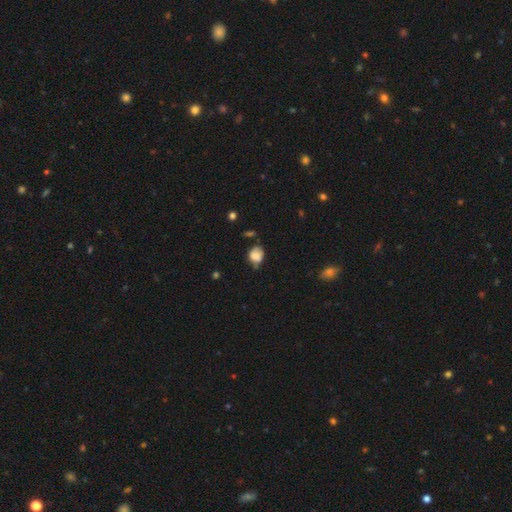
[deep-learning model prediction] Smooth or featured: smooth — 75% (featured or disk — 14%)
How rounded: in between — 53% (round — 46%)
Merging: none — 45% (minor disturbance — 37%)